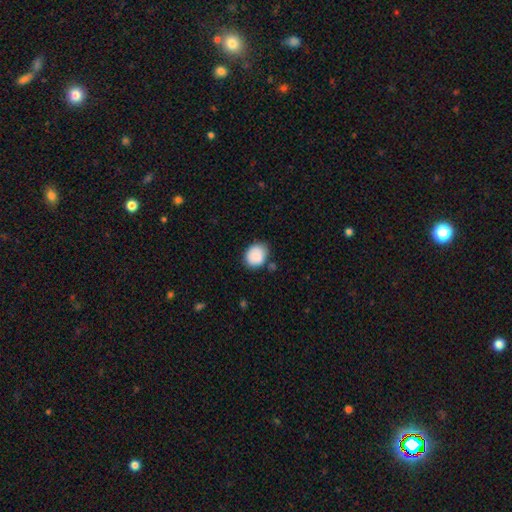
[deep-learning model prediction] A smooth galaxy with no disk features (88%) that is round (56%).

Vote fractions:
- Smooth or featured? smooth: 88% / star or artifact: 7% / featured or disk: 5%
- How rounded? round: 56% / in between: 43% / cigar-shaped: 1%
- Merging? none: 73% / minor disturbance: 18% / merger: 5% / major disturbance: 4%